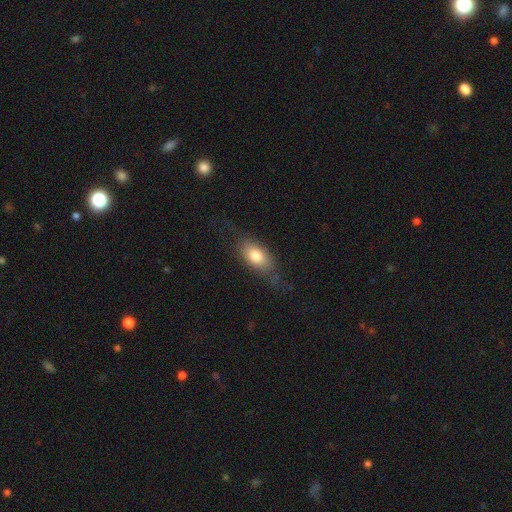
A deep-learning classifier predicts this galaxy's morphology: Q: Smooth or featured?
A: smooth (71%); runner-up: featured or disk (22%)
Q: How rounded?
A: in between (85%); runner-up: cigar-shaped (8%)
Q: Merging?
A: none (60%); runner-up: minor disturbance (24%)